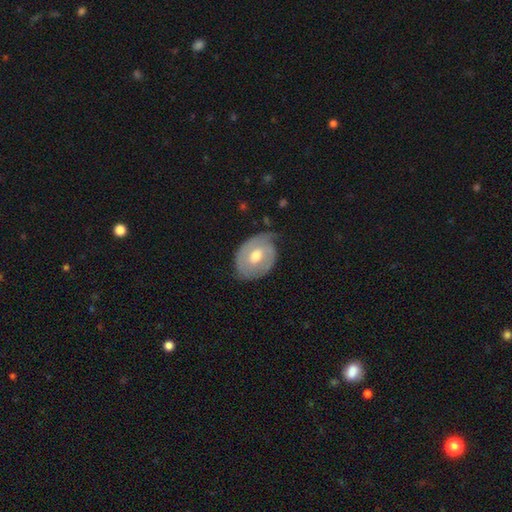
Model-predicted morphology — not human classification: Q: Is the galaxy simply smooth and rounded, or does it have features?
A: featured or disk — 58%.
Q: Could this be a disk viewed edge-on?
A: no — 95%.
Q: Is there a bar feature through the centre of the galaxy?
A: no — 53%.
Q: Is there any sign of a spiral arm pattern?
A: yes — 67%.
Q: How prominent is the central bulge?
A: moderate — 76%.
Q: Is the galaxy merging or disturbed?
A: none — 57%.